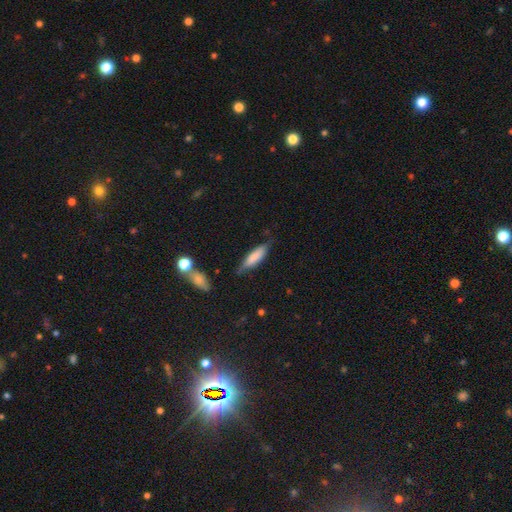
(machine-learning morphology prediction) Smooth or featured? Predicted: smooth (p=0.77). How rounded? Predicted: cigar-shaped (p=0.63). Merging? Predicted: none (p=0.67).